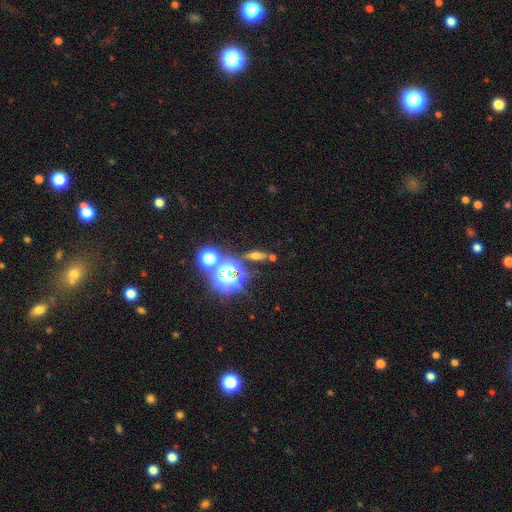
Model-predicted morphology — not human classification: A smooth galaxy with no disk features (37%).

Vote fractions:
- Smooth or featured? smooth: 37% / star or artifact: 34% / featured or disk: 29%
- Merging? none: 73% / minor disturbance: 12% / merger: 10% / major disturbance: 5%